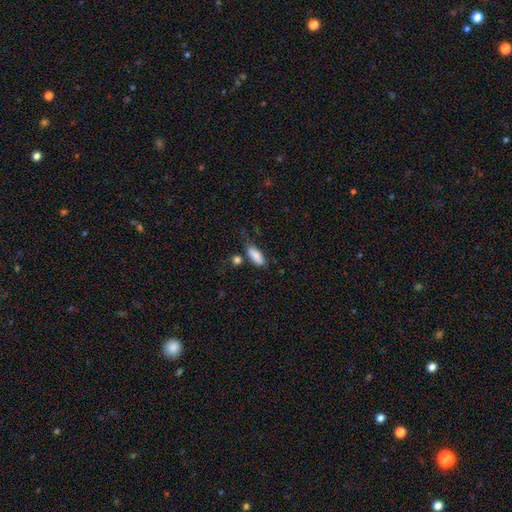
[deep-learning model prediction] Smooth or featured? Predicted: smooth (p=0.86). How rounded? Predicted: in between (p=0.75). Merging? Predicted: none (p=0.62).